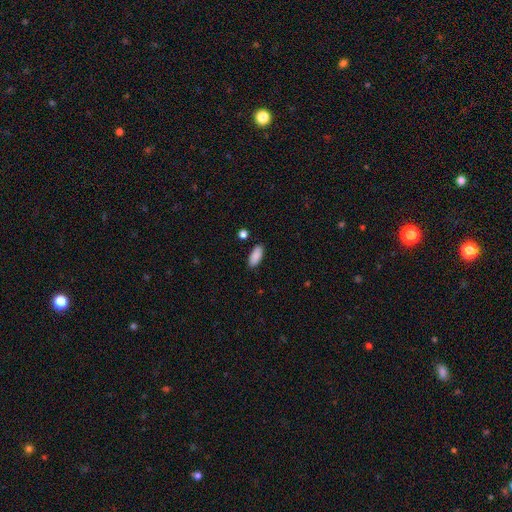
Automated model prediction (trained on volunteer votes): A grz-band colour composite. It shows a smooth galaxy with no disk features (89%) that is in between round and cigar-shaped (87%). Merging: none (87%).